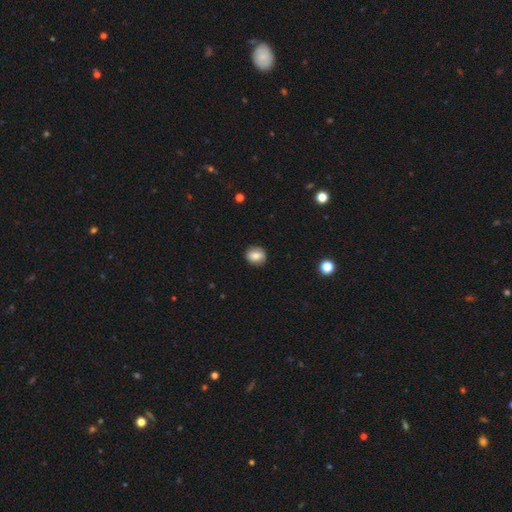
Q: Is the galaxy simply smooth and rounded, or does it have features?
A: smooth — 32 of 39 (82%).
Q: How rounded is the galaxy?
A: round — 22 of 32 (69%).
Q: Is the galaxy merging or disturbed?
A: none — 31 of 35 (89%).